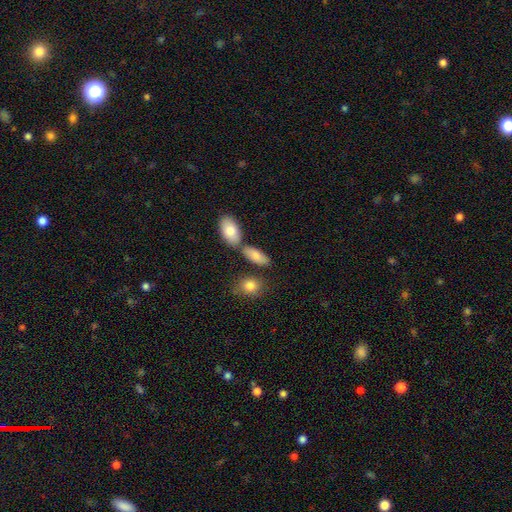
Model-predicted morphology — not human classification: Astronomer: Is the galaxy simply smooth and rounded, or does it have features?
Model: smooth — 81%.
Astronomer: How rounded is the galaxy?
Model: in between — 84%.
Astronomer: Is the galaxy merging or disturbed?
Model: none — 66%.